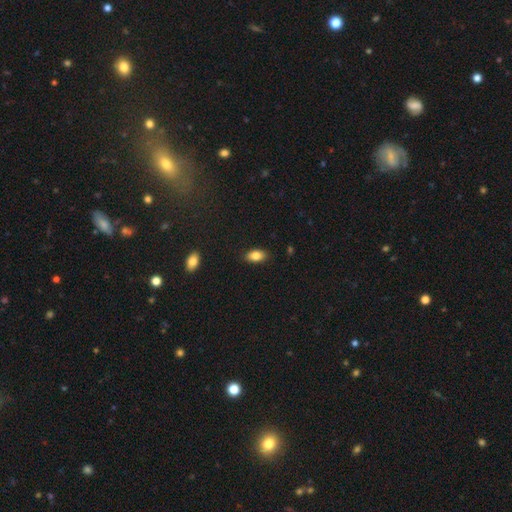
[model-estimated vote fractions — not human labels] The model was most divided on "smooth or featured": smooth: 83%, featured or disk: 9%, star or artifact: 8%. More confident: how rounded — in between (92%); merging — none (87%).